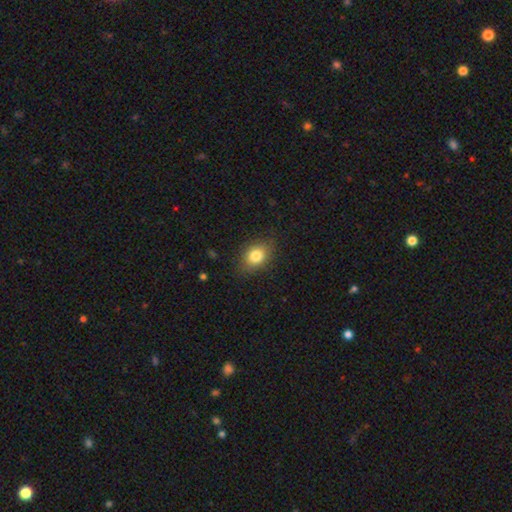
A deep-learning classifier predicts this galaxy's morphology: Overall: smooth (81%). How rounded: in between (64%; round 35%). Merging: none (82%).